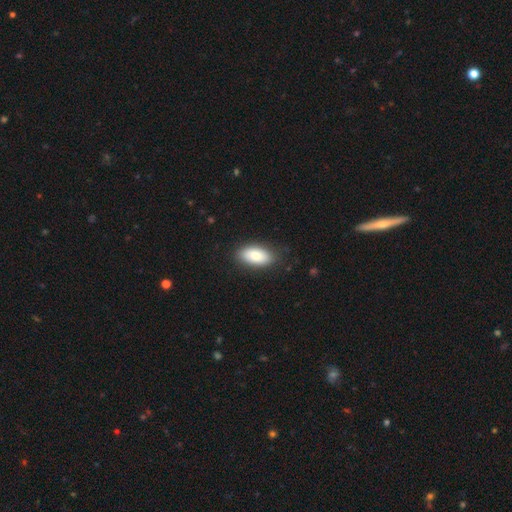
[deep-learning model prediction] Overall: smooth (81%). How rounded: in between (91%). Merging: none (85%).